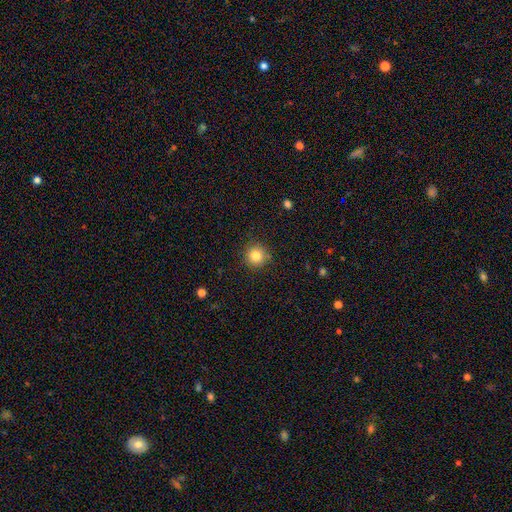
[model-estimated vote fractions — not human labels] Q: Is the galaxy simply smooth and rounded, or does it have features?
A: smooth — 83%.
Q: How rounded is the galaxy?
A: round — 95%.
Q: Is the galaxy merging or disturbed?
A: none — 90%.